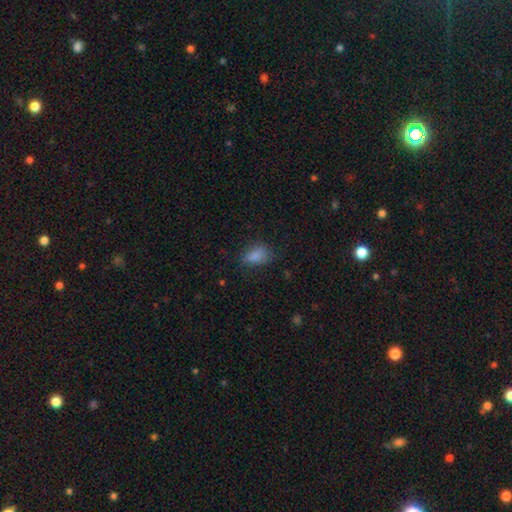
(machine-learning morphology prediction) A smooth galaxy with no disk features (82%) that is in between round and cigar-shaped (83%). Merging: none (65%).